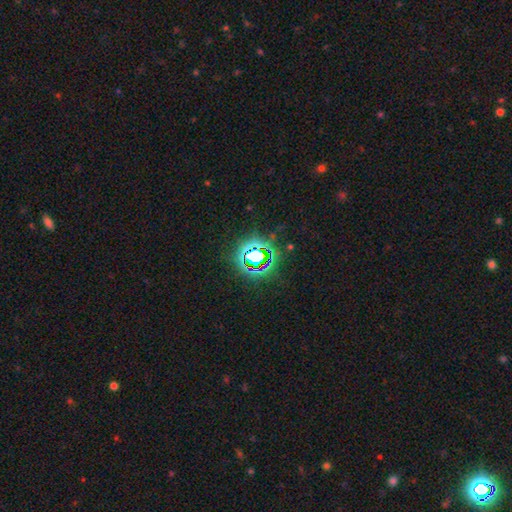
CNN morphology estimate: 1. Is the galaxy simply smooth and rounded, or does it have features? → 74% star or artifact, 16% smooth, 10% featured or disk.